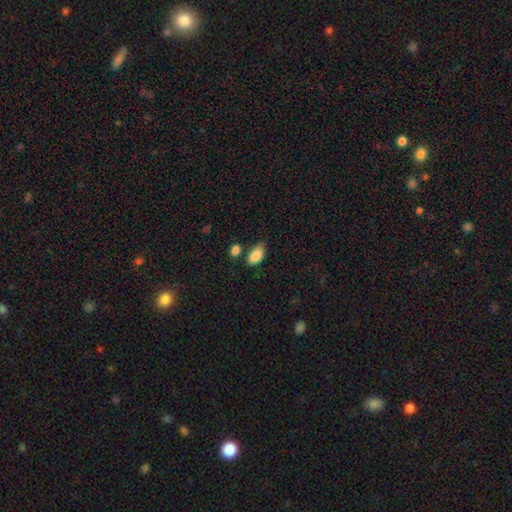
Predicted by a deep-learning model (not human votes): Smooth or featured? Predicted: smooth (p=0.86). How rounded? Predicted: in between (p=0.93). Merging? Predicted: none (p=0.66).